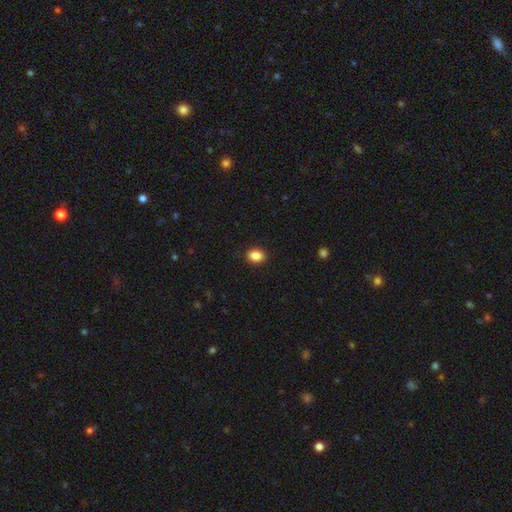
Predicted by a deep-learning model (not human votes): Overall: smooth (87%). How rounded: in between (65%; round 34%). Merging: none (90%).